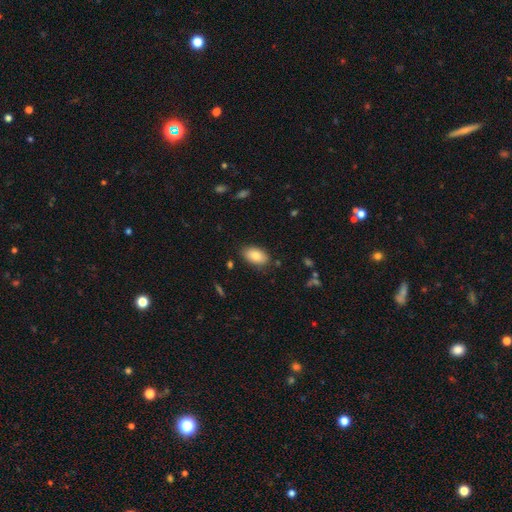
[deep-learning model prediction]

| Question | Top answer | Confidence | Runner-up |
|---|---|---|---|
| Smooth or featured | smooth | 83% | featured or disk (10%) |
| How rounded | in between | 94% | round (5%) |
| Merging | none | 84% | minor disturbance (12%) |